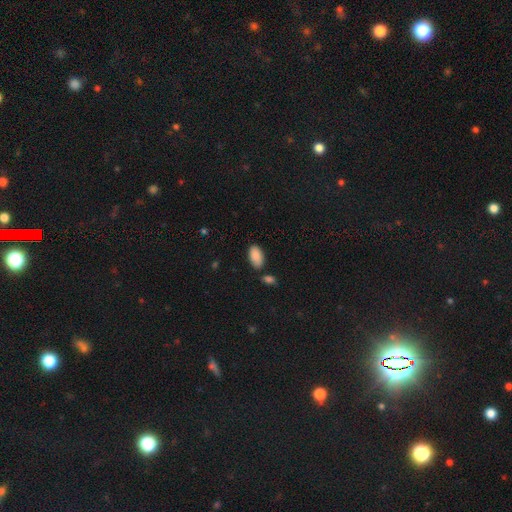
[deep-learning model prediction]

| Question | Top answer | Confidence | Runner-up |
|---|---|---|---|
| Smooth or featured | smooth | 89% | star or artifact (7%) |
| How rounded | in between | 95% | round (3%) |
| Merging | none | 77% | minor disturbance (13%) |